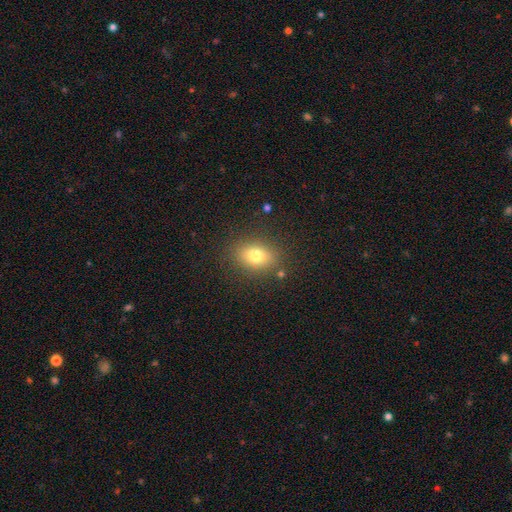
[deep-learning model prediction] The model was most divided on "how rounded": in between: 67%, round: 32%, cigar-shaped: 2%. More confident: merging — none (83%); smooth or featured — smooth (76%).